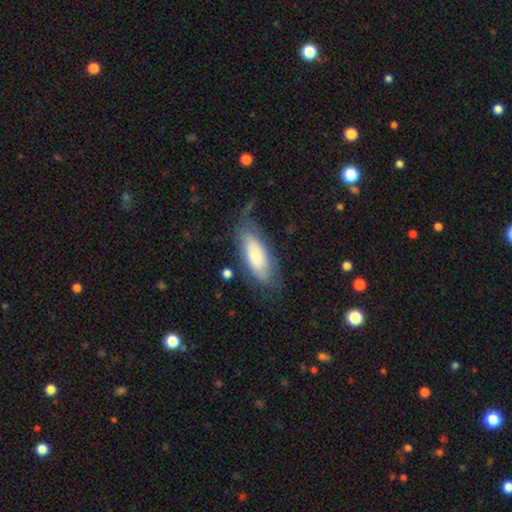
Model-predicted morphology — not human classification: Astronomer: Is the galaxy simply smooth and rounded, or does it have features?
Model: smooth — 59%.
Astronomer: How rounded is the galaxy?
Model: in between — 76%.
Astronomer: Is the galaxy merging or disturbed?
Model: none — 60%.